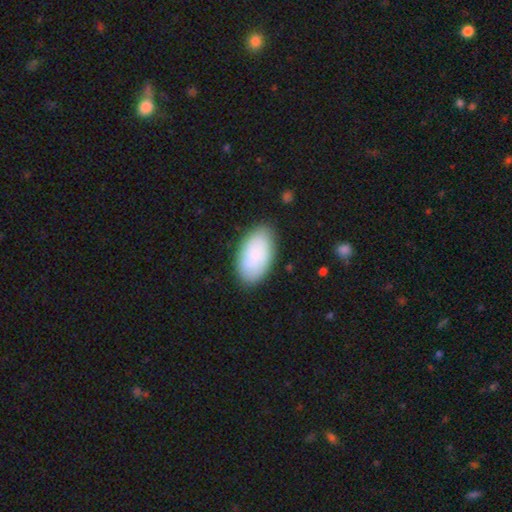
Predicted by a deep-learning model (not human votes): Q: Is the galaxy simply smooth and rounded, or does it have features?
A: smooth — 78%.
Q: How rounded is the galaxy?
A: in between — 95%.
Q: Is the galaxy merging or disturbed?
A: none — 84%.